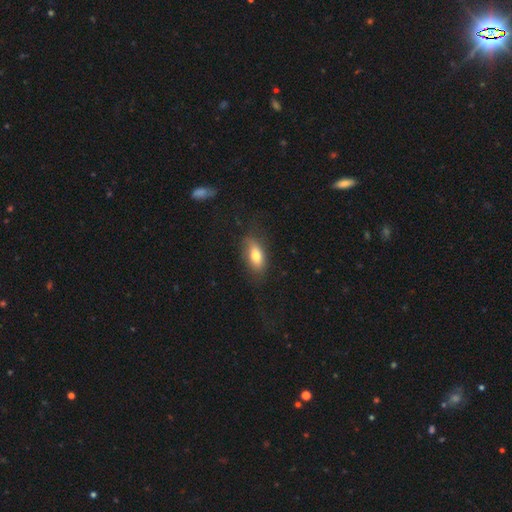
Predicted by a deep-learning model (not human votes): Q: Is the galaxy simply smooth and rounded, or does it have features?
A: smooth — 76%.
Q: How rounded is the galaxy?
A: in between — 85%.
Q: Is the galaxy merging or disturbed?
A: none — 71%.